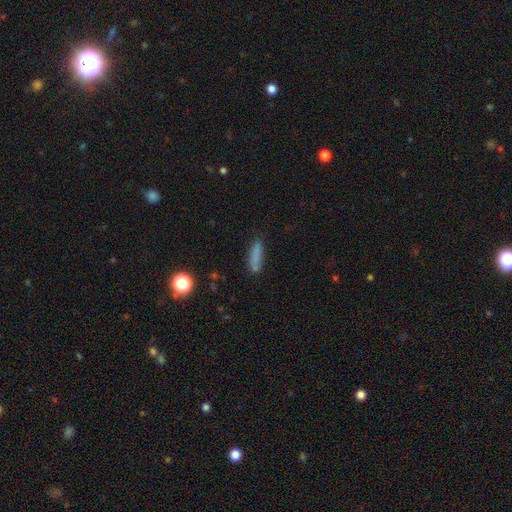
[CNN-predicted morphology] smooth-or-featured: smooth: 80% | star or artifact: 11% | featured or disk: 9%
  how-rounded: cigar-shaped: 71% | in between: 27% | round: 3%
  merging: none: 75% | minor disturbance: 16% | major disturbance: 4% | merger: 4%